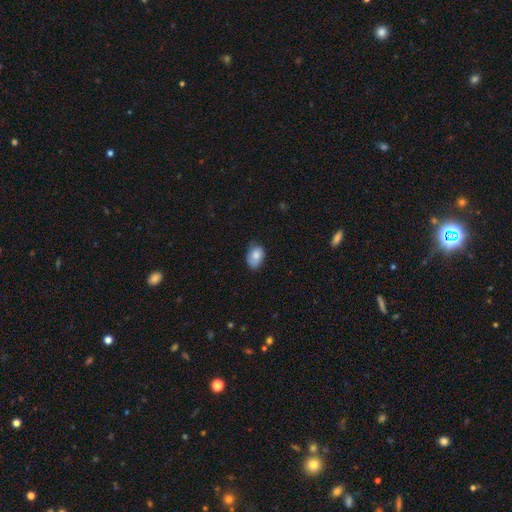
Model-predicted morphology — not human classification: Overall: smooth (81%). How rounded: in between (83%). Merging: none (63%; minor disturbance 30%).